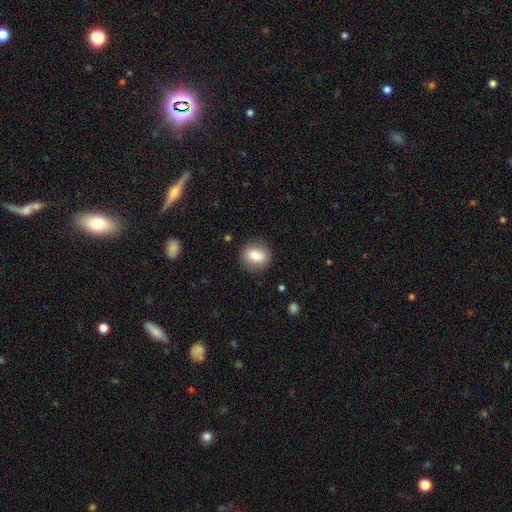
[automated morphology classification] type=smooth (80%); roundness=round (71%); merging=none (87%).